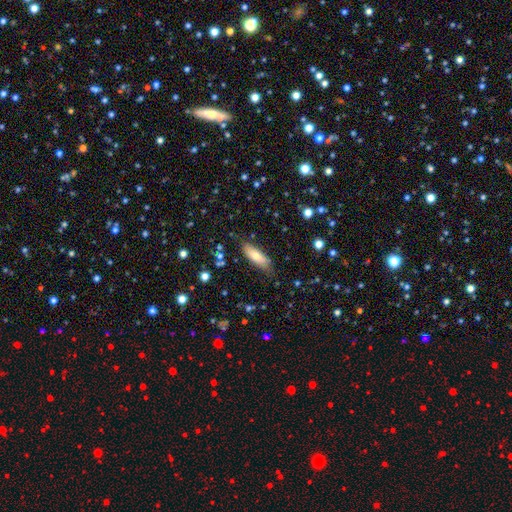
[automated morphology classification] Q: Smooth or featured?
A: smooth (69%); runner-up: featured or disk (23%)
Q: How rounded?
A: in between (65%); runner-up: cigar-shaped (33%)
Q: Merging?
A: none (77%); runner-up: minor disturbance (17%)